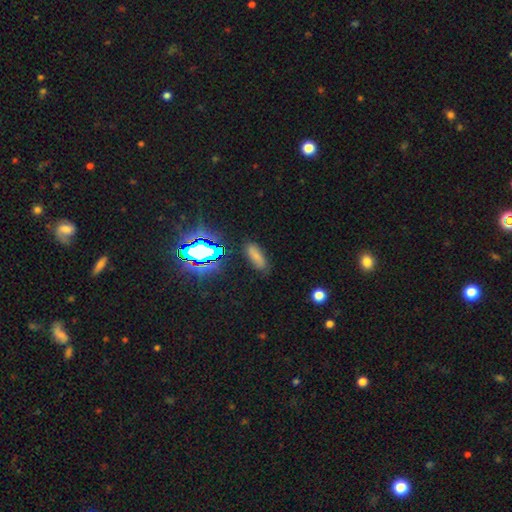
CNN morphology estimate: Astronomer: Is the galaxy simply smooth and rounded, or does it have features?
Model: smooth — 69%.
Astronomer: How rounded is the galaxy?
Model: in between — 62%.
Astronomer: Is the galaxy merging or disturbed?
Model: none — 82%.